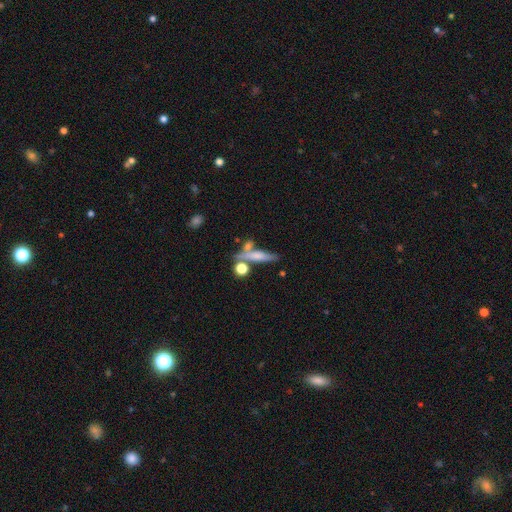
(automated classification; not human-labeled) smooth 59%, featured or disk 31%, star or artifact 10%. Down the decision tree: how rounded — cigar-shaped (75%); merging — none (57%).